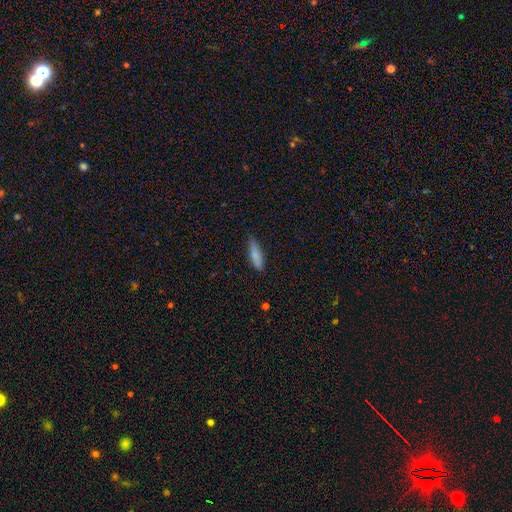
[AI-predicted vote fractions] Smooth or featured?
  - smooth: 84% *
  - featured or disk: 10%
  - star or artifact: 6%
How rounded?
  - cigar-shaped: 62% *
  - in between: 36%
  - round: 2%
Merging?
  - none: 83% *
  - minor disturbance: 13%
  - major disturbance: 2%
  - merger: 1%